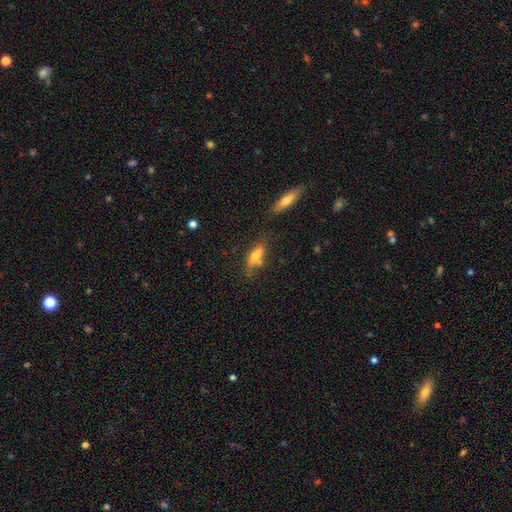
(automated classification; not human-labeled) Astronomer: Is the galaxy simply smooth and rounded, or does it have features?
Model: smooth — 68%.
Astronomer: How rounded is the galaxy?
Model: in between — 62%.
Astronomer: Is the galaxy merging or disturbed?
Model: none — 58%.